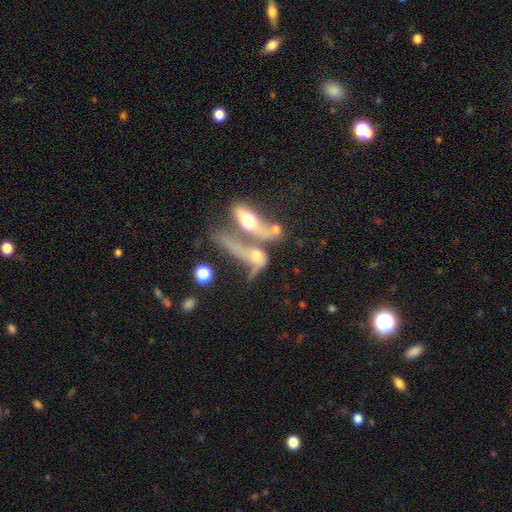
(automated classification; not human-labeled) Overall: featured or disk (47%; smooth 42%). Merging: merger (61%).